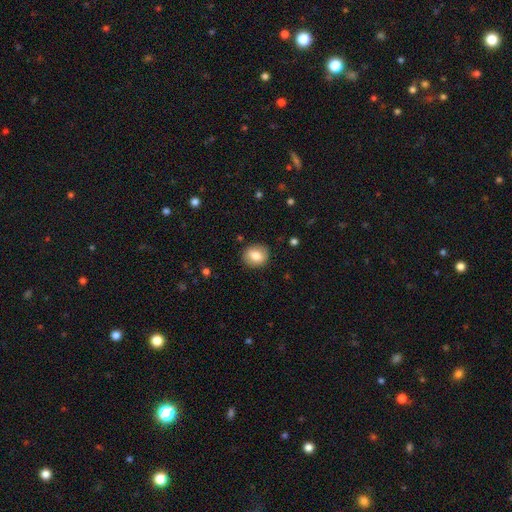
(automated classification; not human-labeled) A smooth galaxy with no disk features (81%) that is round (66%). Merging: none (86%).